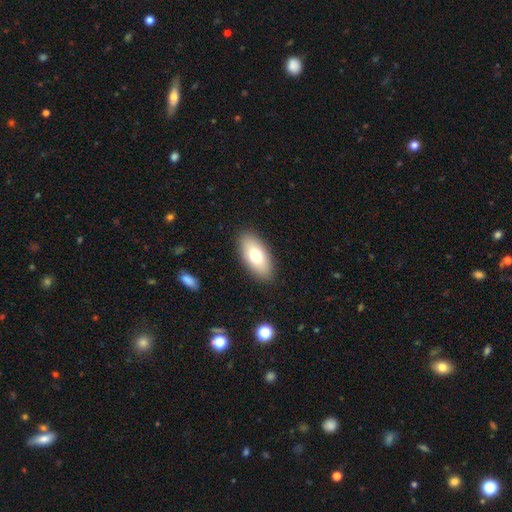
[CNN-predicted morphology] Smooth or featured: smooth — 74% (featured or disk — 19%)
How rounded: in between — 91% (cigar-shaped — 6%)
Merging: none — 88% (minor disturbance — 8%)